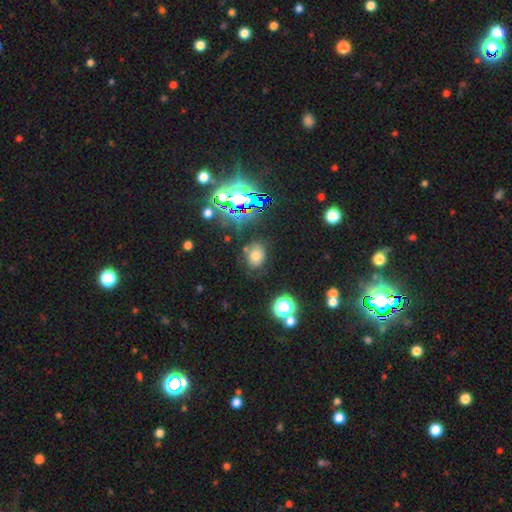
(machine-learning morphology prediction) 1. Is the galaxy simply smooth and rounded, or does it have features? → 64% smooth, 24% star or artifact, 12% featured or disk.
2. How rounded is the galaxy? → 52% in between, 47% round, 1% cigar-shaped.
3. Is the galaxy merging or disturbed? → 74% none, 16% minor disturbance, 6% major disturbance, 4% merger.